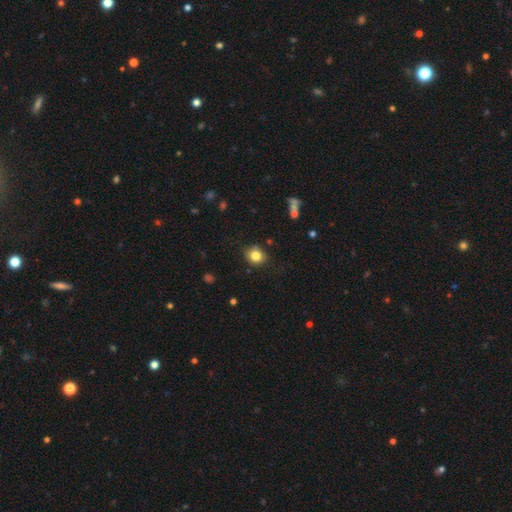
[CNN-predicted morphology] smooth-or-featured: smooth: 82% | star or artifact: 11% | featured or disk: 7%
  how-rounded: round: 73% | in between: 26% | cigar-shaped: 1%
  merging: none: 82% | minor disturbance: 13% | major disturbance: 3% | merger: 2%